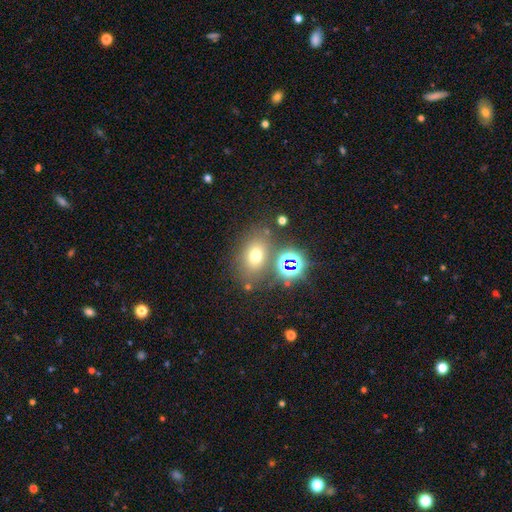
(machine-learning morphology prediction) smooth_or_featured: smooth (p=0.64) [alt: star or artifact p=0.22]
how_rounded: in between (p=0.65) [alt: round p=0.33]
merging: none (p=0.72) [alt: minor disturbance p=0.12]